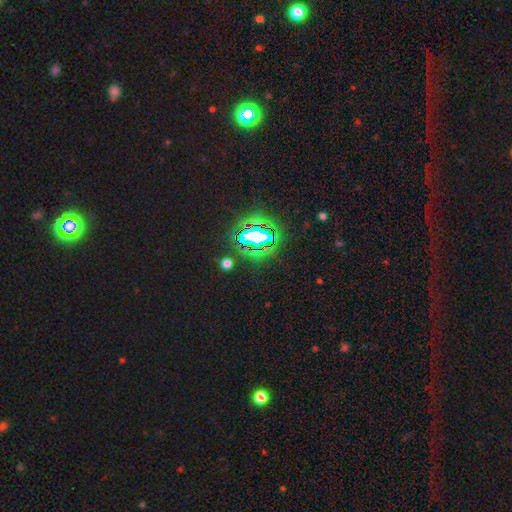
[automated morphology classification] Smooth or featured?
  - star or artifact: 83% *
  - smooth: 10%
  - featured or disk: 7%